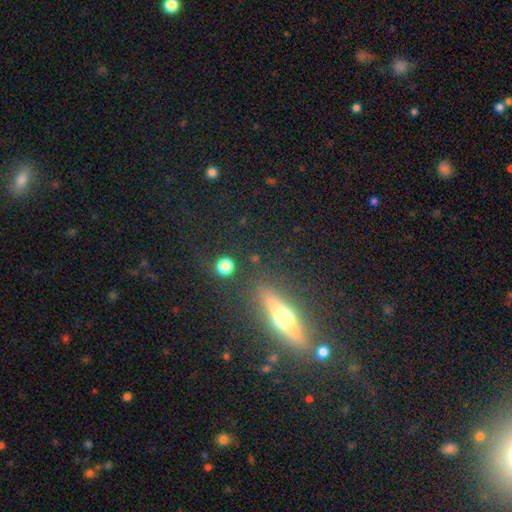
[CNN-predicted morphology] This appears to be a featured or disk galaxy (62%) viewed edge-on (92%) with a rounded central bulge (94%). Merging: none (83%).